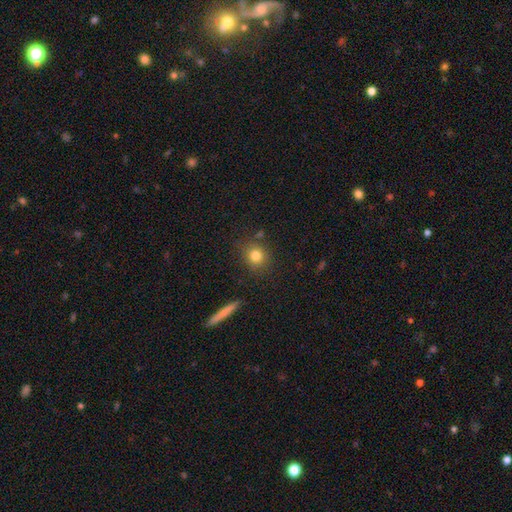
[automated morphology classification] Smooth or featured? smooth (80%)
How rounded? round (82%)
Merging? none (83%)